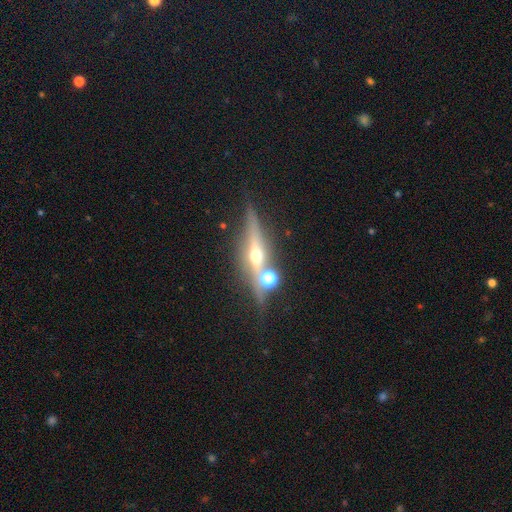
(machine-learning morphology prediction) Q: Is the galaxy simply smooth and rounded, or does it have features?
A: featured or disk — 68%.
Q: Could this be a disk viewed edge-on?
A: yes — 90%.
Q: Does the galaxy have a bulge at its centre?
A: rounded — 93%.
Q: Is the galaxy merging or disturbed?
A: none — 71%.